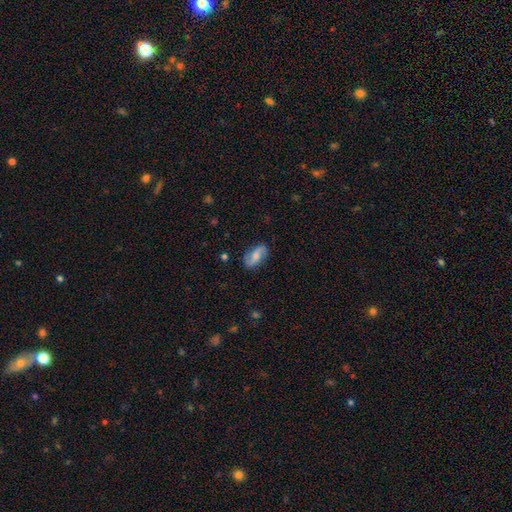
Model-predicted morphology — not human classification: This is possibly a featured or disk galaxy (57%). It is clearly not viewed edge-on (95%). Bar: marginally weak (42%). Spiral arm pattern: clearly yes (90%). Central bulge: possibly moderate (51%). Merging: clearly none (82%).